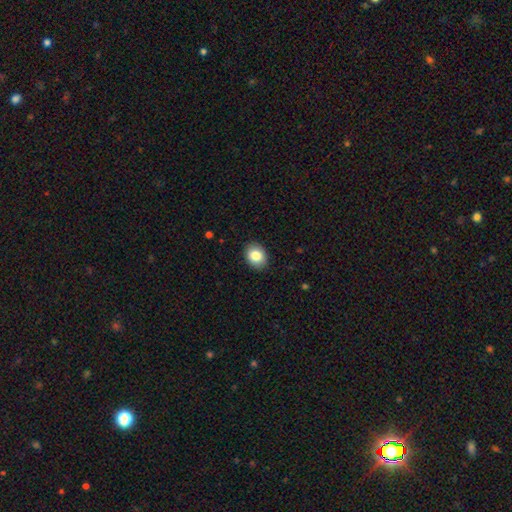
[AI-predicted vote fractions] Morphology: type=smooth (84%); roundness=in between (60%); merging=none (89%).